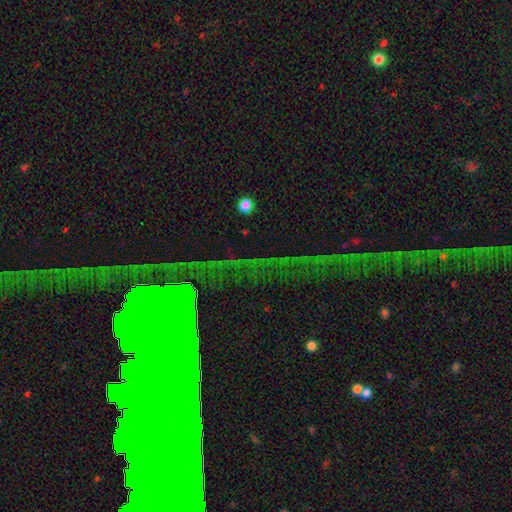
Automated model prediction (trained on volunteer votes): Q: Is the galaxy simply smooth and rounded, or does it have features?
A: star or artifact — 62%.